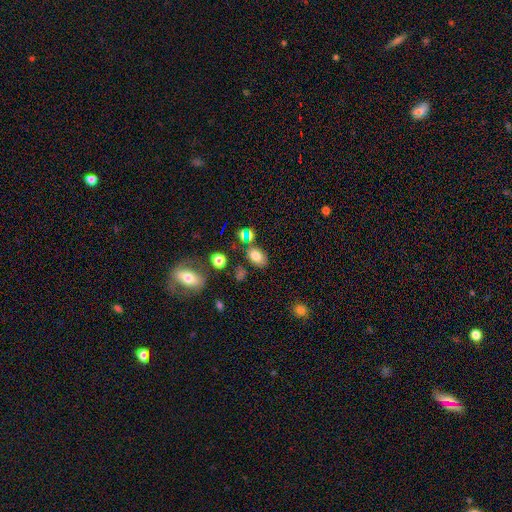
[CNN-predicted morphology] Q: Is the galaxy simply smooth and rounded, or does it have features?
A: smooth — 75%.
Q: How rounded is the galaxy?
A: in between — 82%.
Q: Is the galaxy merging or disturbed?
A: none — 66%.